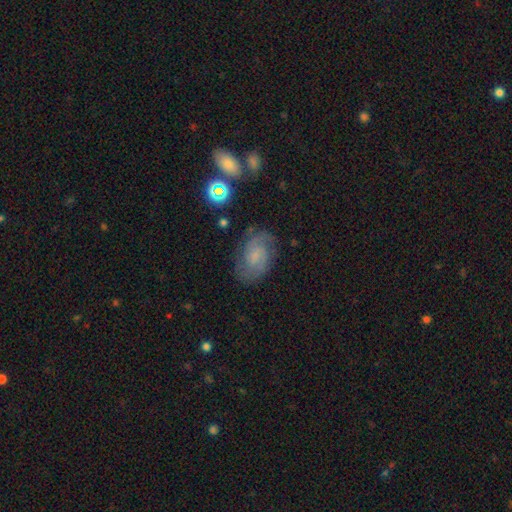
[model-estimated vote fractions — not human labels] Smooth or featured? Predicted: featured or disk (p=0.70). Edge-on disk? Predicted: no (p=0.97). Bar? Predicted: no (p=0.51). Spiral arms? Predicted: yes (p=0.94). Spiral winding? Predicted: medium (p=0.46). Spiral arm count? Predicted: 2 (p=0.68). Bulge size? Predicted: small (p=0.46). Merging? Predicted: none (p=0.75).